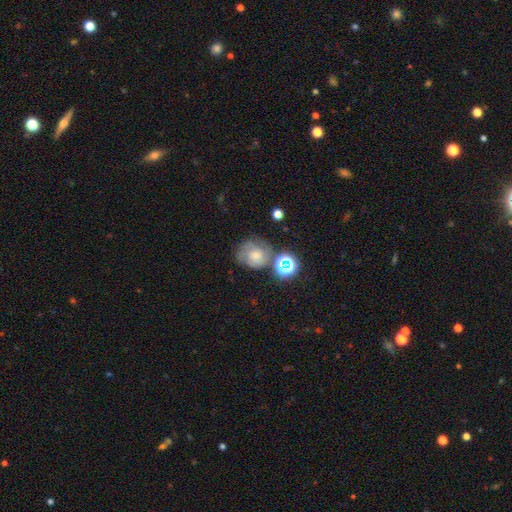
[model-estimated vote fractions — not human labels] Smooth or featured? smooth (42%)
Merging? none (54%)